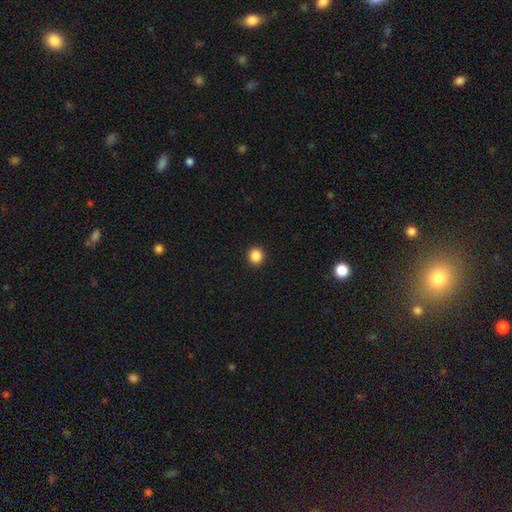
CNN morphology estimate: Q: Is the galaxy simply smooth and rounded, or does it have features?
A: smooth — 87%.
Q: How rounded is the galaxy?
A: round — 91%.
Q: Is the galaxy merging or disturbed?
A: none — 93%.